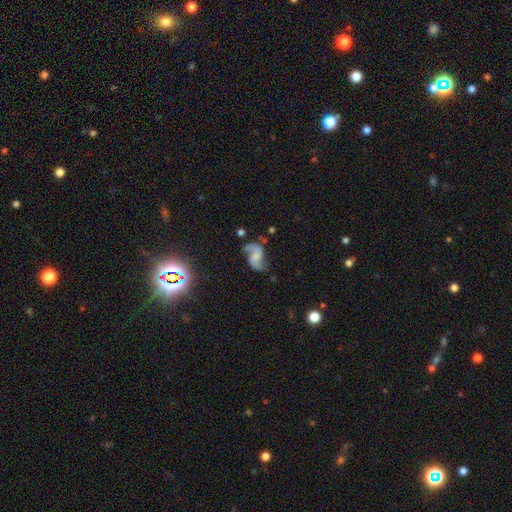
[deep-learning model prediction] Q: Smooth or featured?
A: featured or disk (70%); runner-up: smooth (20%)
Q: Edge-on disk?
A: no (97%); runner-up: yes (3%)
Q: Bar?
A: no (54%); runner-up: weak (35%)
Q: Spiral arms?
A: yes (91%); runner-up: no (9%)
Q: Spiral winding?
A: loose (62%); runner-up: medium (30%)
Q: Spiral arm count?
A: 2 (86%); runner-up: 1 (7%)
Q: Bulge size?
A: none (46%); runner-up: small (27%)
Q: Merging?
A: none (51%); runner-up: minor disturbance (24%)